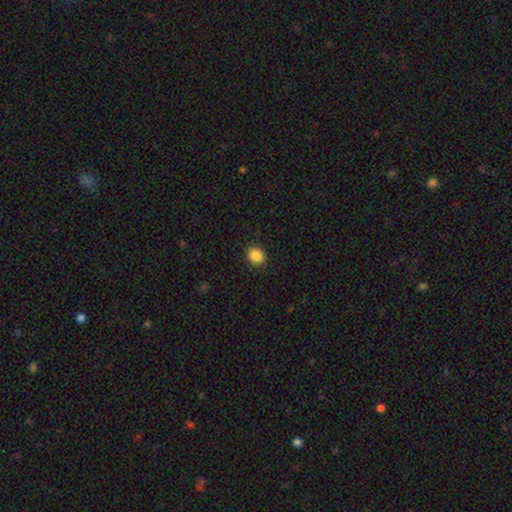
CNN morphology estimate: A smooth galaxy with no disk features (87%) that is round (73%).

Vote fractions:
- Smooth or featured? smooth: 87% / star or artifact: 10% / featured or disk: 3%
- How rounded? round: 73% / in between: 26% / cigar-shaped: 1%
- Merging? none: 90% / minor disturbance: 7% / major disturbance: 2% / merger: 1%